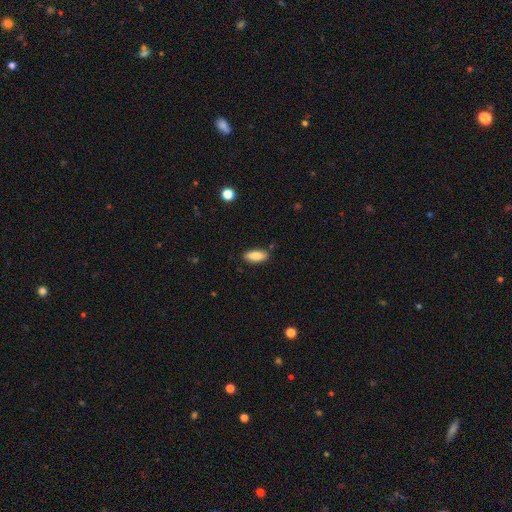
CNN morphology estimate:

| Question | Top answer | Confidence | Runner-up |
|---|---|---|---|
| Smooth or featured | smooth | 82% | featured or disk (12%) |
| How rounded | in between | 78% | cigar-shaped (20%) |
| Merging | none | 85% | minor disturbance (11%) |